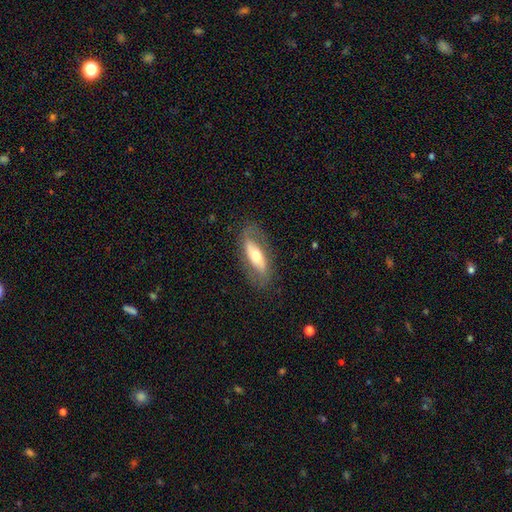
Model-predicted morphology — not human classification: smooth_or_featured: featured or disk (p=0.54) [alt: smooth p=0.40]
disk_edge_on: no (p=0.73) [alt: yes p=0.27]
merging: none (p=0.76) [alt: minor disturbance p=0.16]